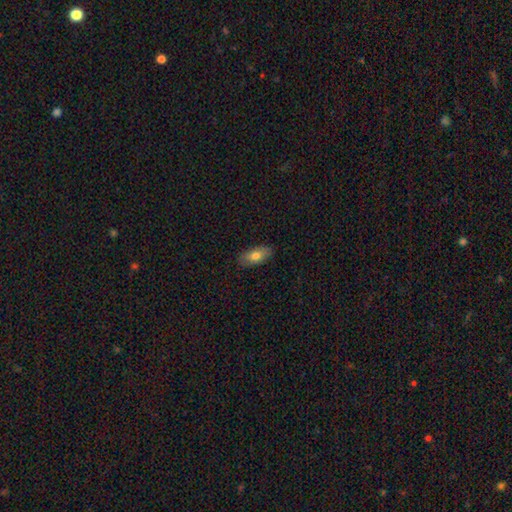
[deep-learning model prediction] smooth-or-featured: smooth: 77% | featured or disk: 17% | star or artifact: 7%
  how-rounded: in between: 86% | cigar-shaped: 11% | round: 3%
  merging: none: 87% | minor disturbance: 10% | major disturbance: 2% | merger: 1%